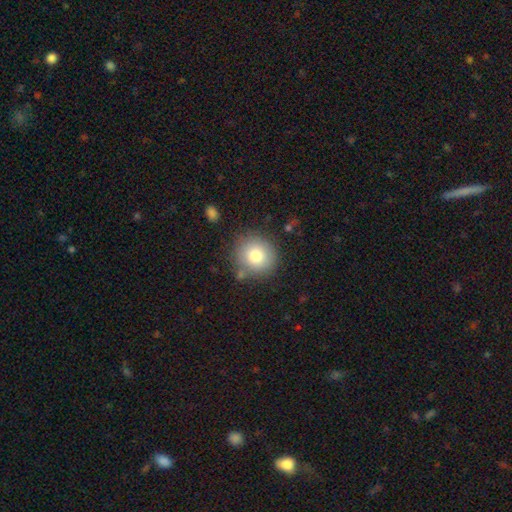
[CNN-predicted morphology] Overall: smooth (79%). How rounded: round (91%). Merging: none (81%).